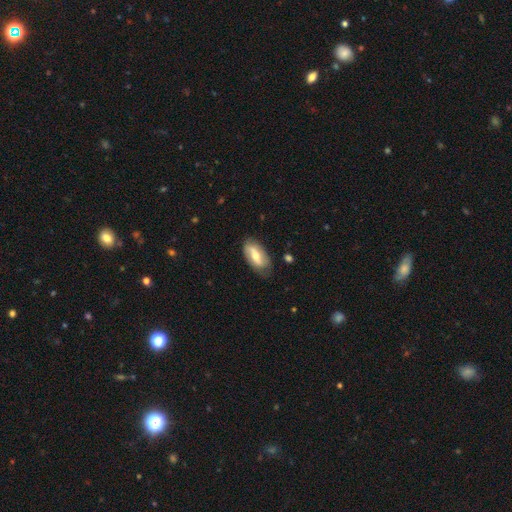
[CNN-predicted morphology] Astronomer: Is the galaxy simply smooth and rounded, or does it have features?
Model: featured or disk — 56% (runner-up: smooth, 38%).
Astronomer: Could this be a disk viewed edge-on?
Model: no — 87%.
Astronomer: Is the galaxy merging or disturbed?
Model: none — 77%.